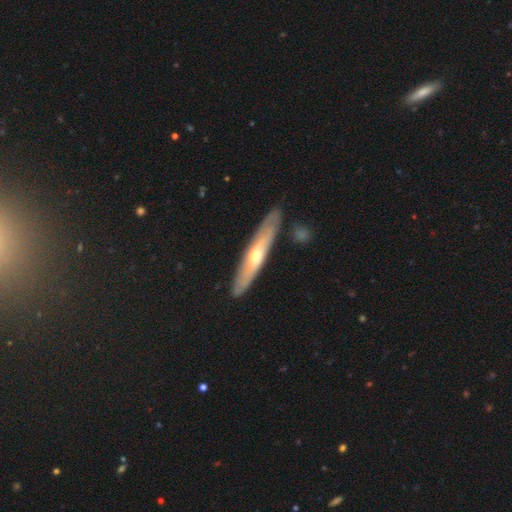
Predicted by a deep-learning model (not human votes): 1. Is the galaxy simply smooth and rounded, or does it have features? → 53% featured or disk, 42% smooth, 5% star or artifact.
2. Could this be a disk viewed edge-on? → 71% yes, 29% no.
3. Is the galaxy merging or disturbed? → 86% none, 9% minor disturbance, 2% major disturbance, 2% merger.